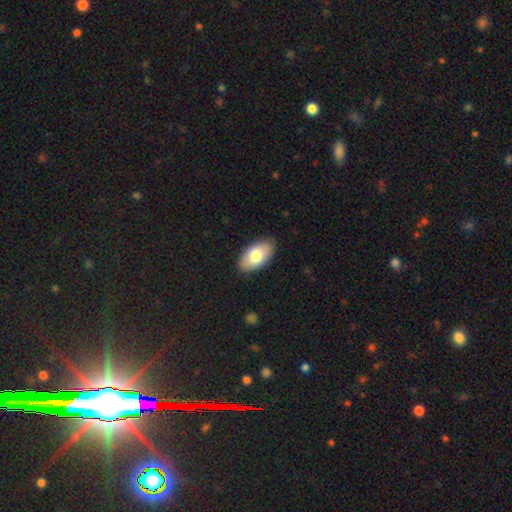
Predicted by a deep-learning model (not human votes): Smooth or featured? smooth (76%)
How rounded? in between (95%)
Merging? none (87%)